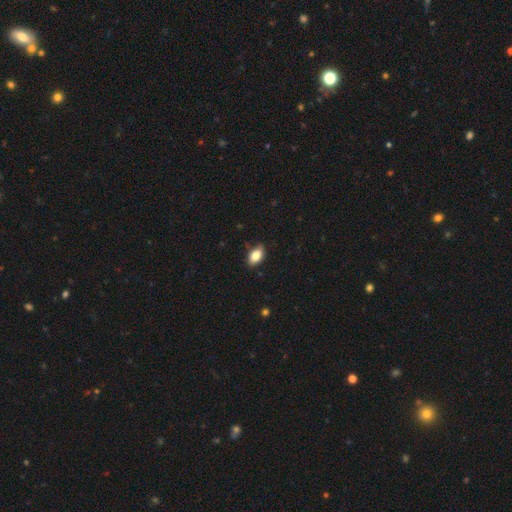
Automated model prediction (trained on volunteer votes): Q: Smooth or featured?
A: smooth (83%); runner-up: featured or disk (9%)
Q: How rounded?
A: in between (90%); runner-up: round (8%)
Q: Merging?
A: none (80%); runner-up: minor disturbance (16%)